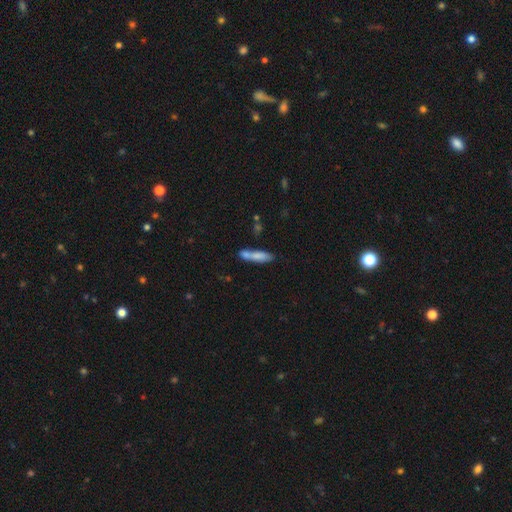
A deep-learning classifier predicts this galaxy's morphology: smooth_or_featured: smooth (p=0.73) [alt: featured or disk p=0.19]
how_rounded: cigar-shaped (p=0.77) [alt: in between p=0.21]
merging: none (p=0.50) [alt: merger p=0.28]